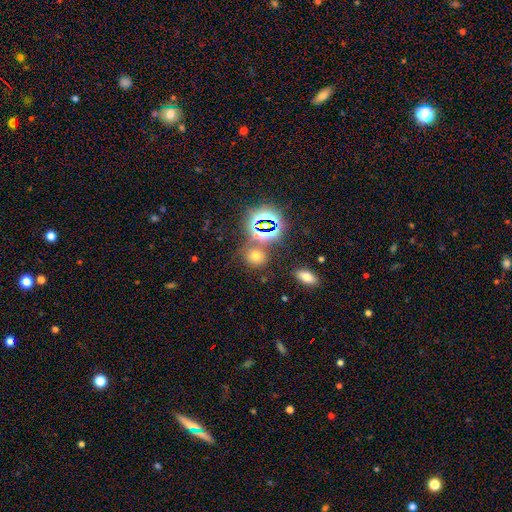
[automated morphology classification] Smooth or featured? Predicted: smooth (p=0.56). How rounded? Predicted: round (p=0.72). Merging? Predicted: none (p=0.74).